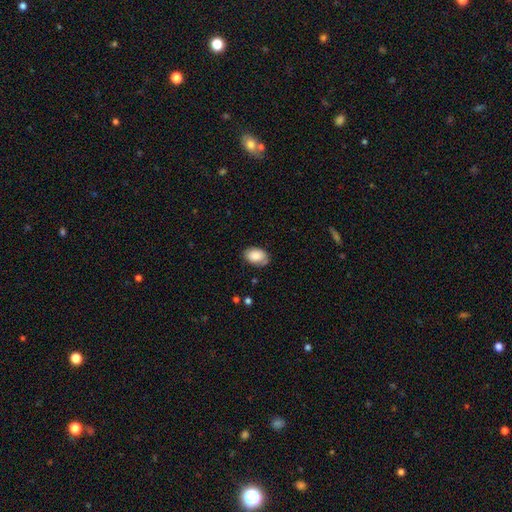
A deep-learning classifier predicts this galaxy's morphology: Q: Smooth or featured?
A: smooth (86%); runner-up: star or artifact (7%)
Q: How rounded?
A: in between (86%); runner-up: round (13%)
Q: Merging?
A: none (73%); runner-up: minor disturbance (20%)